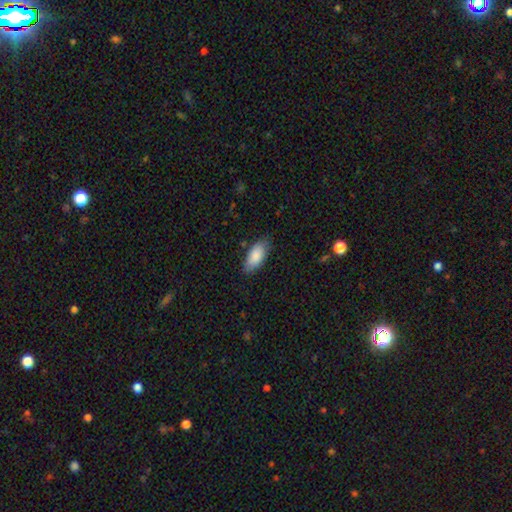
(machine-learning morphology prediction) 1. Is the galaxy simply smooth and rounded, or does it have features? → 87% smooth, 7% featured or disk, 6% star or artifact.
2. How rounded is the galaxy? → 90% in between, 8% cigar-shaped, 2% round.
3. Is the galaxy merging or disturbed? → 81% none, 15% minor disturbance, 3% major disturbance, 1% merger.